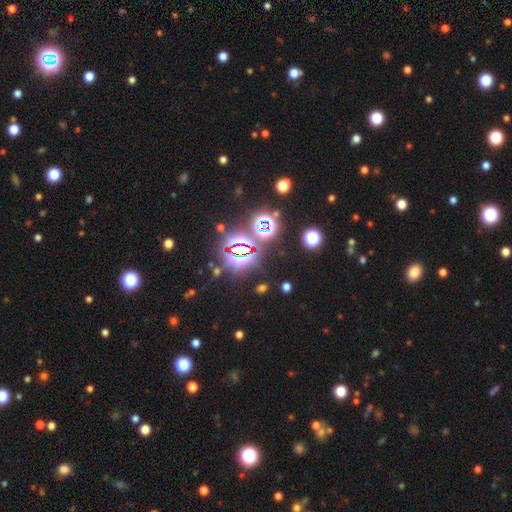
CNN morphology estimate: Smooth or featured: star or artifact — 81% (smooth — 11%)